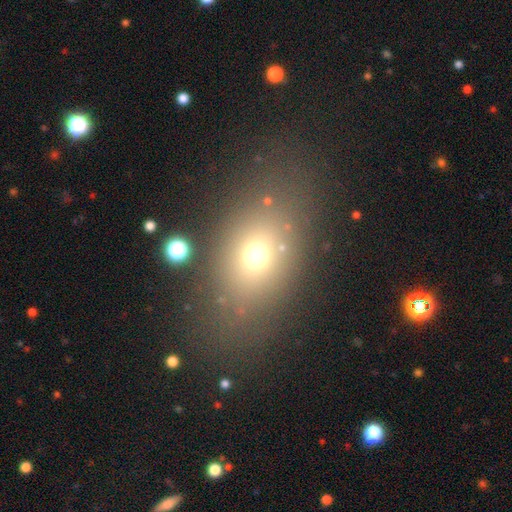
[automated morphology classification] The model was most divided on "how rounded": in between: 70%, round: 27%, cigar-shaped: 4%. More confident: merging — none (79%); smooth or featured — smooth (66%).